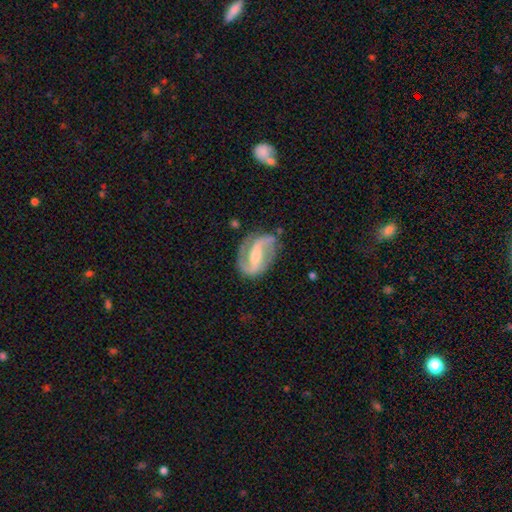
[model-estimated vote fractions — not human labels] Morphology: type=featured or disk (88%); edge-on=no (97%); bar=strong (49%); spiral arms=yes (95%); winding=medium (47%); arm count=2 (91%); bulge=small (46%, tied with moderate); merging=none (75%).